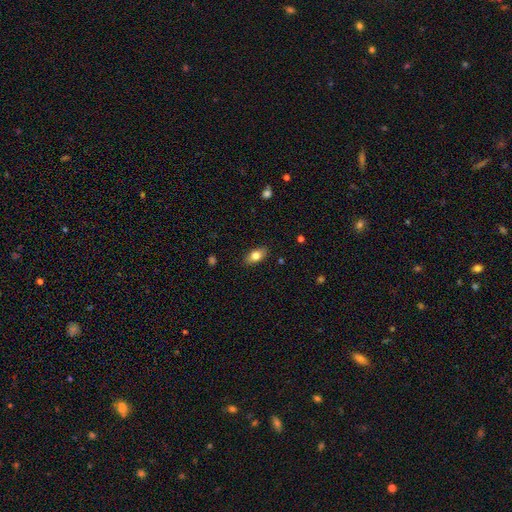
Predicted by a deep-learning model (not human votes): A smooth galaxy with no disk features (80%) that is in between round and cigar-shaped (89%). Merging: none (87%).